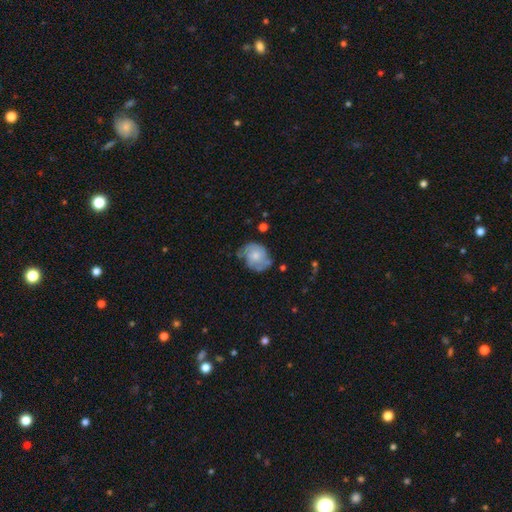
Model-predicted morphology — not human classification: Smooth or featured? Predicted: smooth (p=0.47). Merging? Predicted: none (p=0.49).